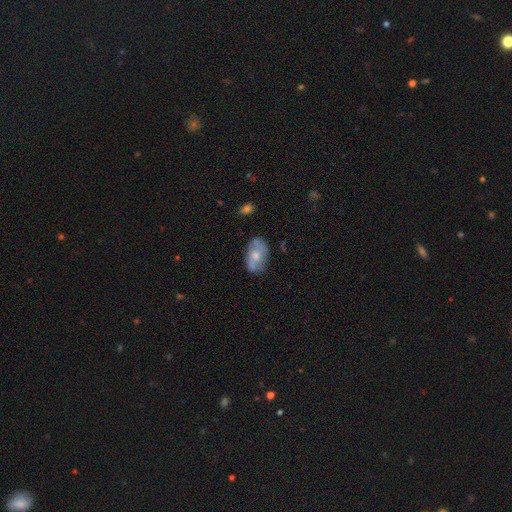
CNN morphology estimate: This is possibly a smooth galaxy (52%). How rounded: clearly in between (89%). Merging: likely none (63%).